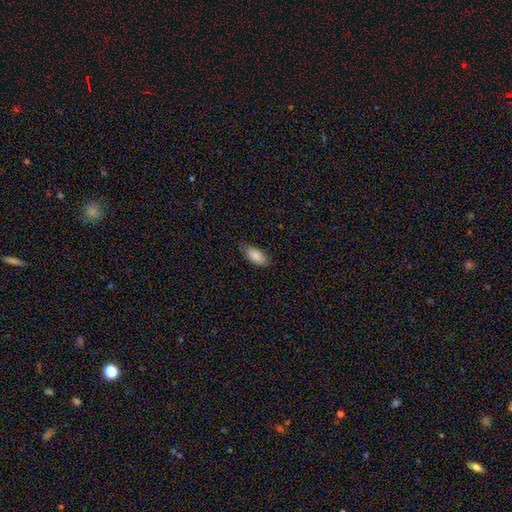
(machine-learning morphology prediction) Smooth or featured? smooth (85%)
How rounded? in between (88%)
Merging? none (72%)